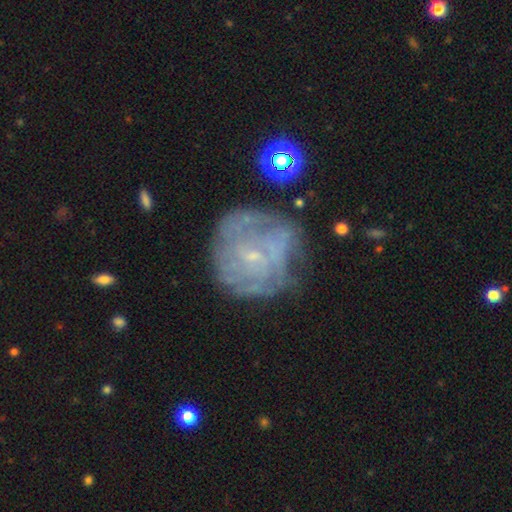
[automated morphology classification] type=featured or disk (69%); edge-on=no (97%); bar=no (63%); spiral arms=yes (69%); bulge=small (81%); merging=none (59%).